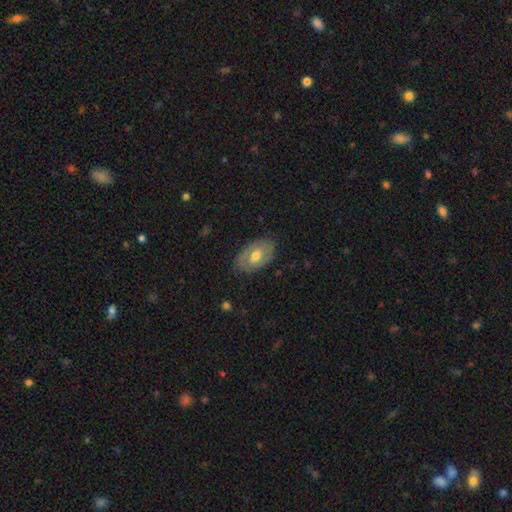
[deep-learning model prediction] Smooth or featured? featured or disk (50%)
Merging? none (79%)